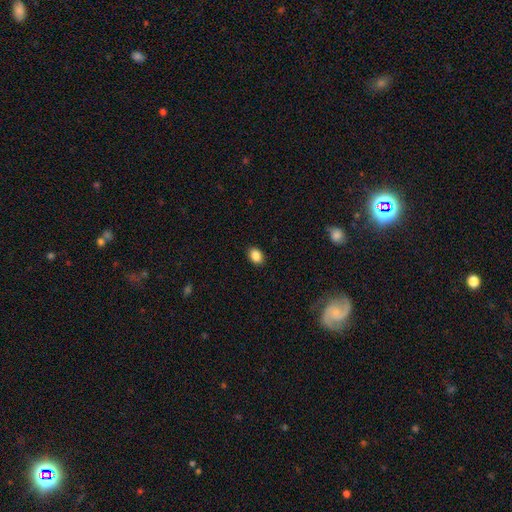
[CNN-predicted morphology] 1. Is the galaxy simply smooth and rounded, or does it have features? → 87% smooth, 9% star or artifact, 4% featured or disk.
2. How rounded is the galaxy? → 74% in between, 25% round, 1% cigar-shaped.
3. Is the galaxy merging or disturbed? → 89% none, 8% minor disturbance, 2% major disturbance, 1% merger.